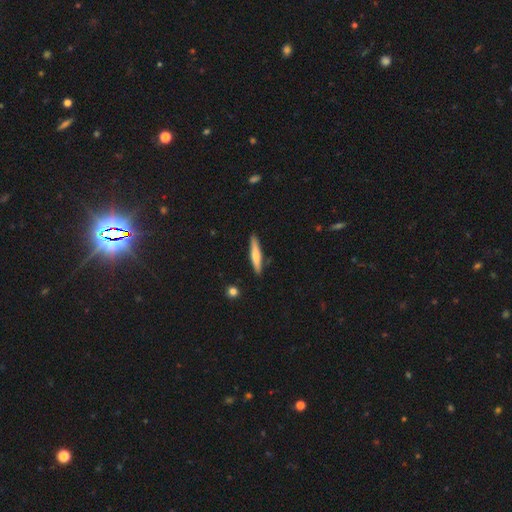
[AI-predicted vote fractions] Smooth or featured: smooth — 60% (featured or disk — 35%)
How rounded: cigar-shaped — 90% (in between — 8%)
Merging: none — 89% (minor disturbance — 8%)